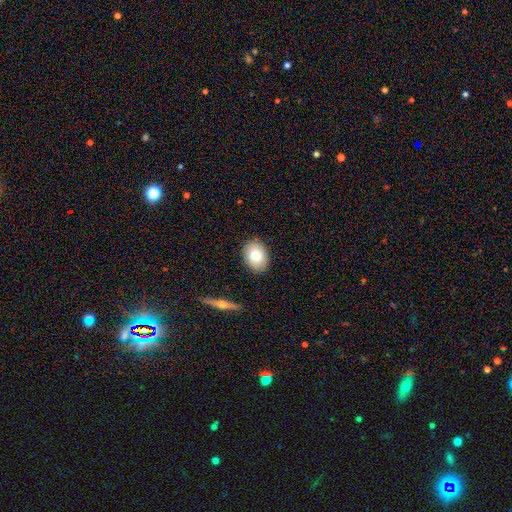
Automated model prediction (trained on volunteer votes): smooth_or_featured: smooth (p=0.83) [alt: featured or disk p=0.10]
how_rounded: in between (p=0.77) [alt: round p=0.22]
merging: none (p=0.86) [alt: minor disturbance p=0.10]